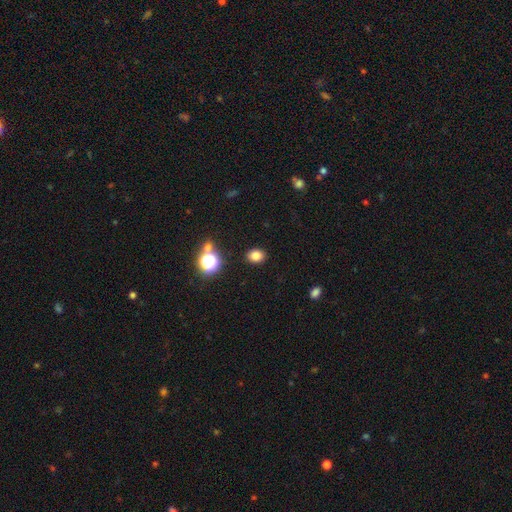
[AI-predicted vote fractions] smooth_or_featured: smooth (p=0.79) [alt: star or artifact p=0.15]
how_rounded: in between (p=0.57) [alt: round p=0.42]
merging: none (p=0.88) [alt: minor disturbance p=0.07]